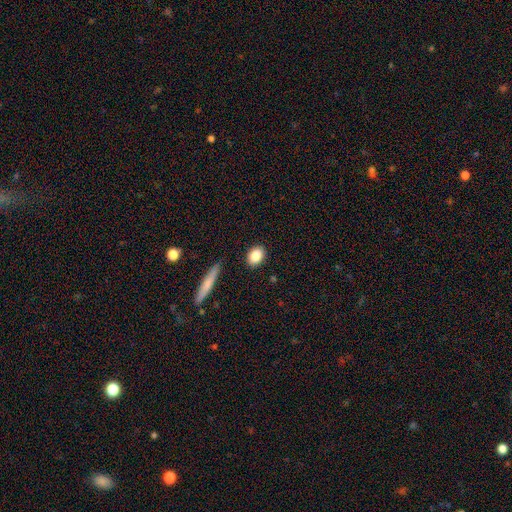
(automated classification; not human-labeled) This appears to be a smooth galaxy with no disk features (85%) that is in between round and cigar-shaped (69%). Merging: none (88%).